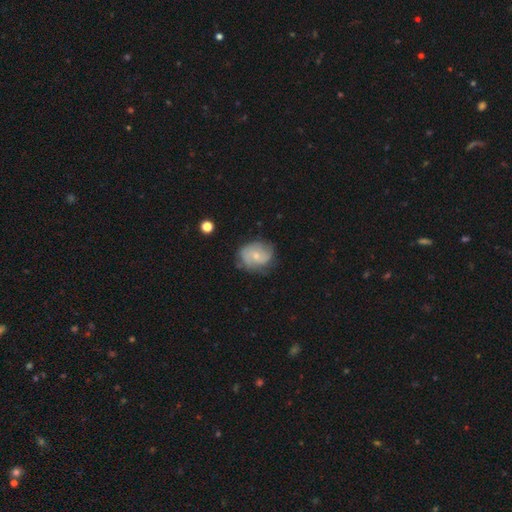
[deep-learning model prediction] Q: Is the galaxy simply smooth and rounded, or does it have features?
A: featured or disk — 53%.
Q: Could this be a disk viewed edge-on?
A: no — 97%.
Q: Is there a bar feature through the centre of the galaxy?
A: no — 68%.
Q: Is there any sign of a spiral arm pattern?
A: yes — 80%.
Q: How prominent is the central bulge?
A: small — 64%.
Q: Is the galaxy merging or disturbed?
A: none — 63%.